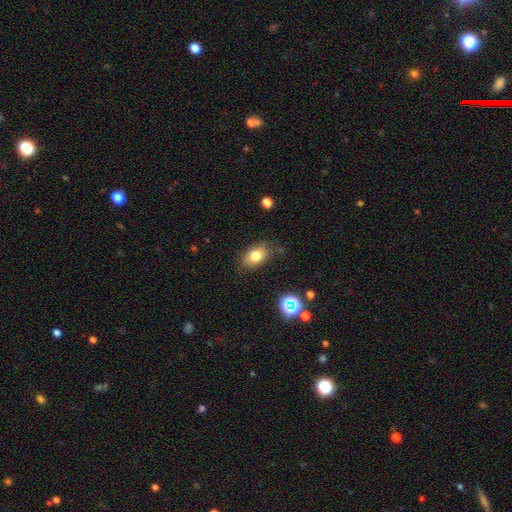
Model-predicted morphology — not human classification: Smooth or featured?
  - smooth: 79% *
  - star or artifact: 11%
  - featured or disk: 11%
How rounded?
  - in between: 82% *
  - round: 16%
  - cigar-shaped: 1%
Merging?
  - none: 80% *
  - minor disturbance: 15%
  - major disturbance: 4%
  - merger: 2%